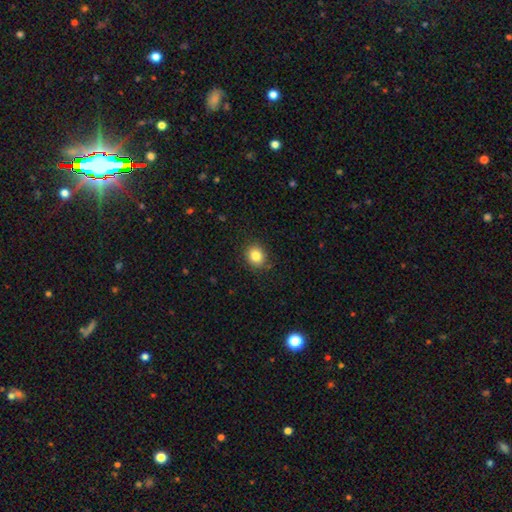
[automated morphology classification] Smooth or featured? smooth (84%)
How rounded? round (74%)
Merging? none (88%)